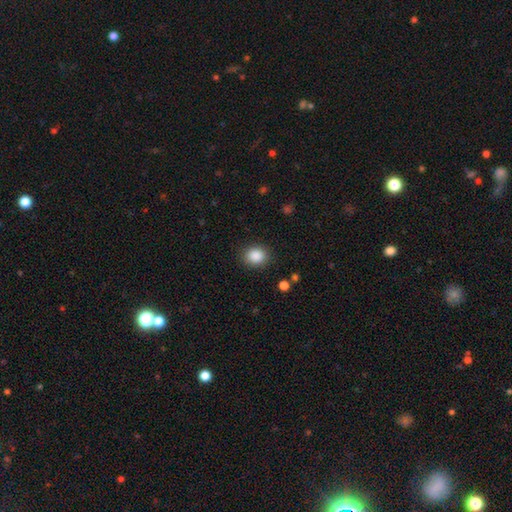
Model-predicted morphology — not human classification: Overall: smooth (88%). How rounded: round (67%; in between 32%). Merging: none (86%).